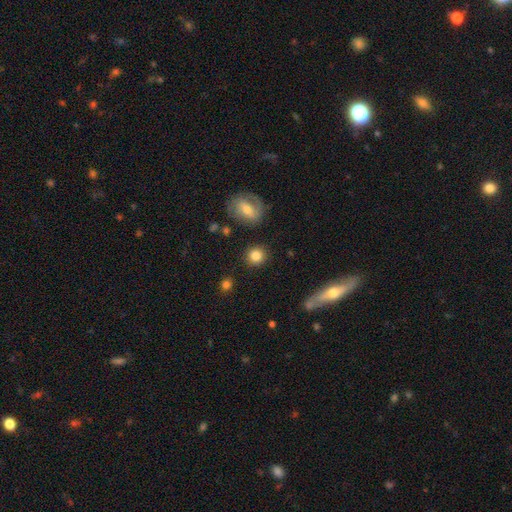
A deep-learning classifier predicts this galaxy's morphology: Smooth or featured: smooth — 83% (star or artifact — 10%)
How rounded: round — 90% (in between — 8%)
Merging: none — 88% (minor disturbance — 7%)